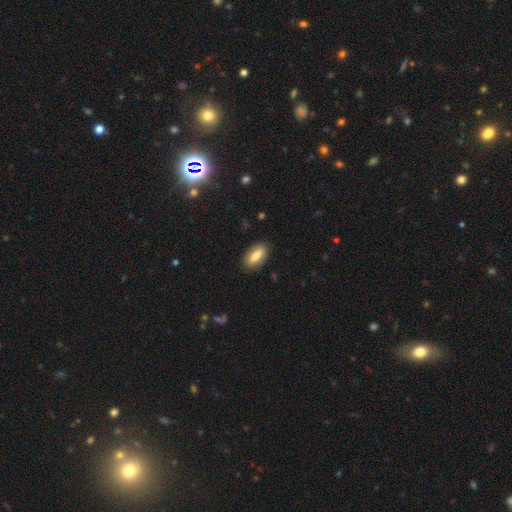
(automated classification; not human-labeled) smooth-or-featured: smooth: 74% | featured or disk: 19% | star or artifact: 7%
  how-rounded: in between: 86% | cigar-shaped: 10% | round: 4%
  merging: none: 86% | minor disturbance: 10% | major disturbance: 3% | merger: 1%